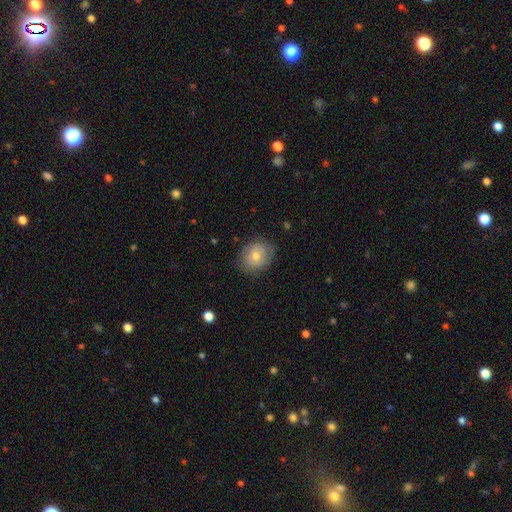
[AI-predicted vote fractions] The model was most divided on "how rounded": round: 67%, in between: 33%, cigar-shaped: 1%. More confident: merging — none (78%); smooth or featured — smooth (73%).